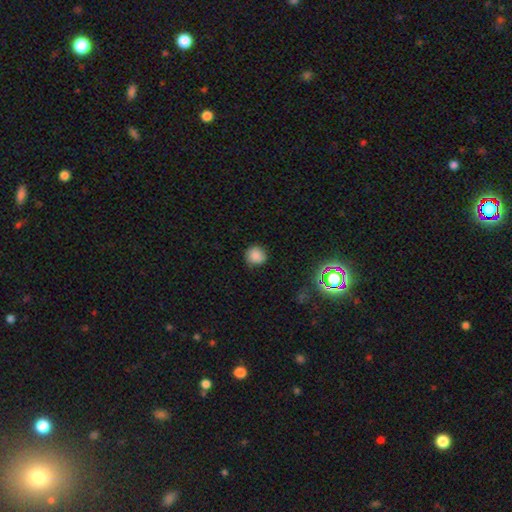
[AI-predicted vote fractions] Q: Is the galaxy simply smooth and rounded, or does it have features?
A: smooth — 82%.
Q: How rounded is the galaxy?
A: round — 91%.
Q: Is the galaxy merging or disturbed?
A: none — 84%.